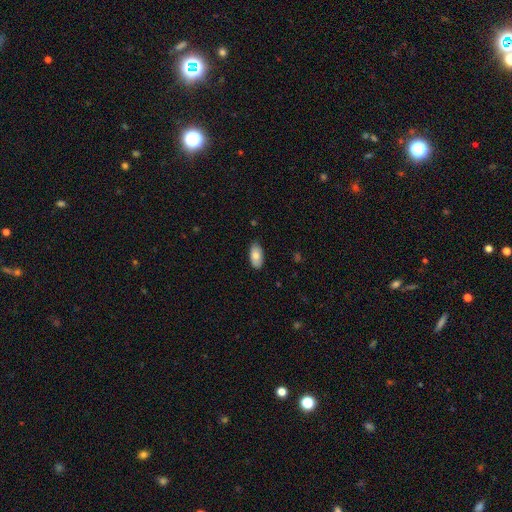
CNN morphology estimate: Smooth or featured?
  - smooth: 77% *
  - featured or disk: 17%
  - star or artifact: 6%
How rounded?
  - in between: 94% *
  - cigar-shaped: 3%
  - round: 3%
Merging?
  - none: 82% *
  - minor disturbance: 14%
  - major disturbance: 2%
  - merger: 1%